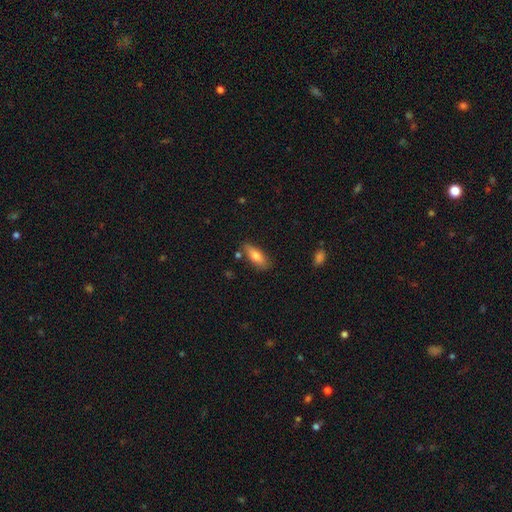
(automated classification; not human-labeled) smooth-or-featured: smooth: 74% | featured or disk: 20% | star or artifact: 7%
  how-rounded: in between: 69% | cigar-shaped: 28% | round: 3%
  merging: none: 73% | minor disturbance: 19% | merger: 5% | major disturbance: 4%